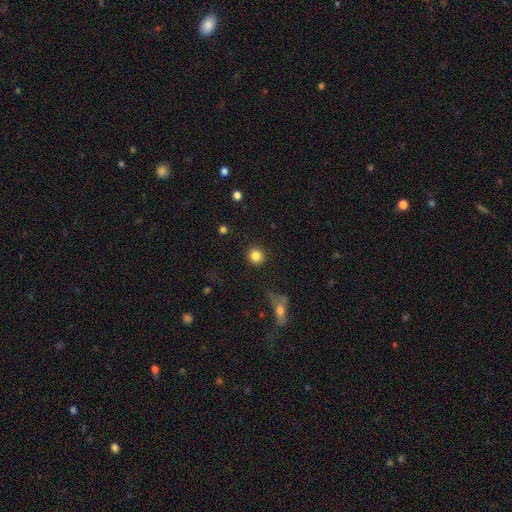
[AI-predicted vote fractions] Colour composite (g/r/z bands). It shows a smooth galaxy with no disk features (84%) that is round (93%). Merging: none (90%).